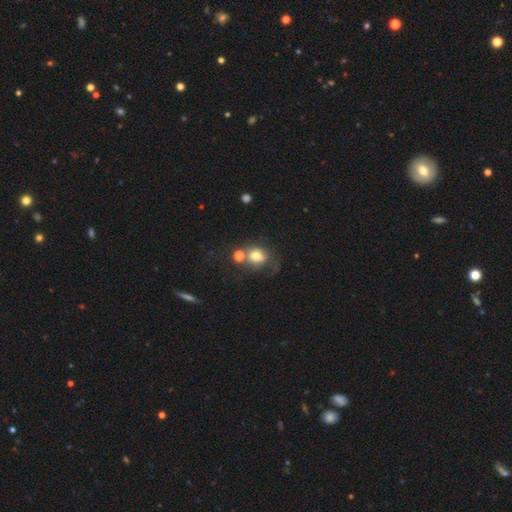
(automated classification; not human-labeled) Smooth or featured? smooth (72%)
How rounded? round (68%)
Merging? none (40%)